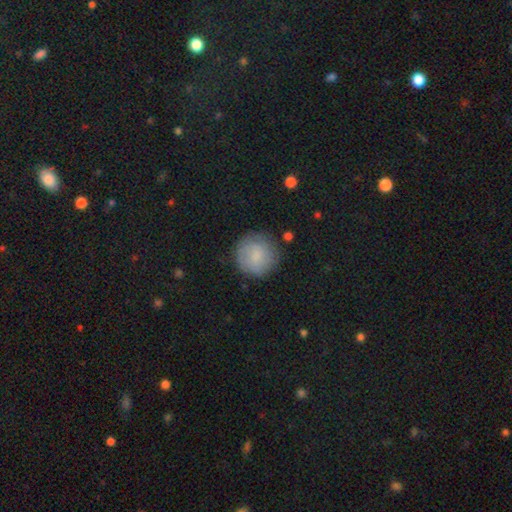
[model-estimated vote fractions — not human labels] Smooth or featured? Predicted: smooth (p=0.80). How rounded? Predicted: round (p=0.94). Merging? Predicted: none (p=0.81).